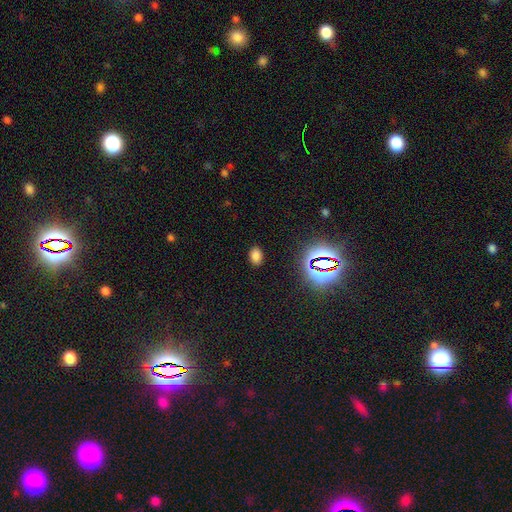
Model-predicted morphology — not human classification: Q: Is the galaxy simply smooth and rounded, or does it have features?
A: smooth — 74%.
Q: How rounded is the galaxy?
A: in between — 82%.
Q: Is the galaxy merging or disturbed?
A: none — 87%.